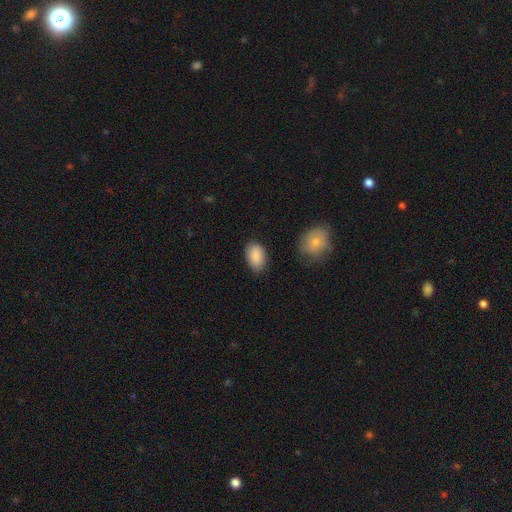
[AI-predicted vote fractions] A smooth galaxy with no disk features (89%) that is in between round and cigar-shaped (90%). Merging: none (81%).